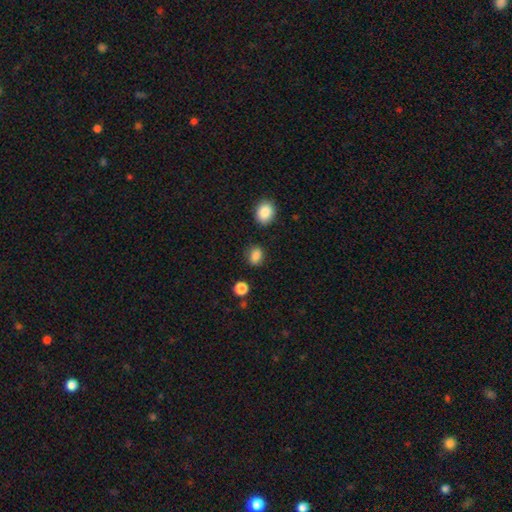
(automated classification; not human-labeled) Smooth or featured? smooth (85%)
How rounded? in between (61%)
Merging? none (81%)